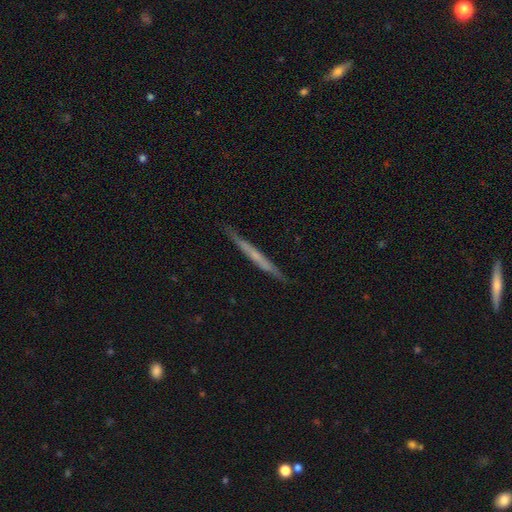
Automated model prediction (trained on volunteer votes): smooth-or-featured: featured or disk: 58% | smooth: 36% | star or artifact: 6%
  disk-edge-on: yes: 96% | no: 4%
    edge-on-bulge: none: 77% | rounded: 17% | boxy: 5%
  merging: none: 89% | minor disturbance: 8% | major disturbance: 1% | merger: 1%